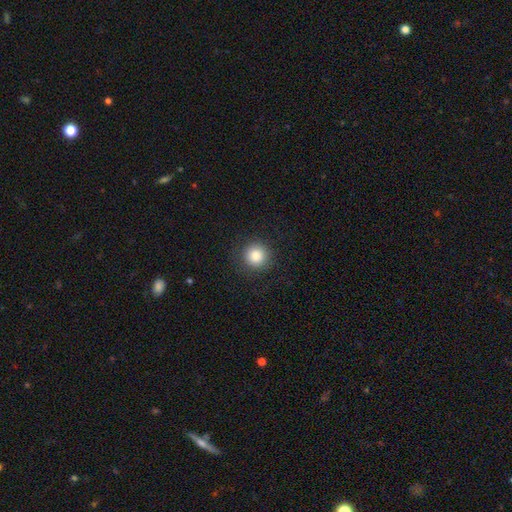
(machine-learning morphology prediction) The model was most divided on "smooth or featured": smooth: 84%, star or artifact: 10%, featured or disk: 6%. More confident: how rounded — round (95%); merging — none (90%).